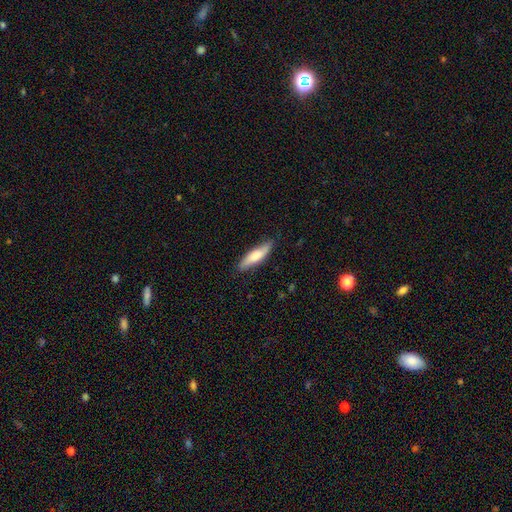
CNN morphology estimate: Smooth or featured?
  - smooth: 67% *
  - featured or disk: 28%
  - star or artifact: 6%
How rounded?
  - cigar-shaped: 70% *
  - in between: 28%
  - round: 2%
Merging?
  - none: 81% *
  - minor disturbance: 15%
  - major disturbance: 2%
  - merger: 1%